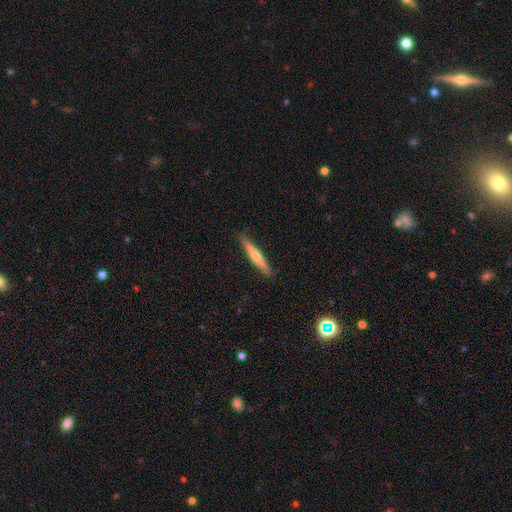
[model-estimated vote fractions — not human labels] A smooth galaxy with no disk features (51%) that is cigar-shaped (91%).

Vote fractions:
- Smooth or featured? smooth: 51% / featured or disk: 43% / star or artifact: 5%
- How rounded? cigar-shaped: 91% / in between: 8% / round: 1%
- Merging? none: 88% / minor disturbance: 9% / major disturbance: 2% / merger: 1%